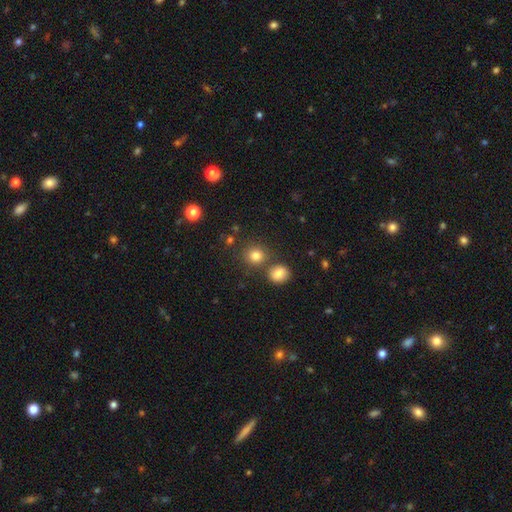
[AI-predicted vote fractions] This is clearly a smooth galaxy (81%). How rounded: clearly round (87%). Merging: likely none (73%).